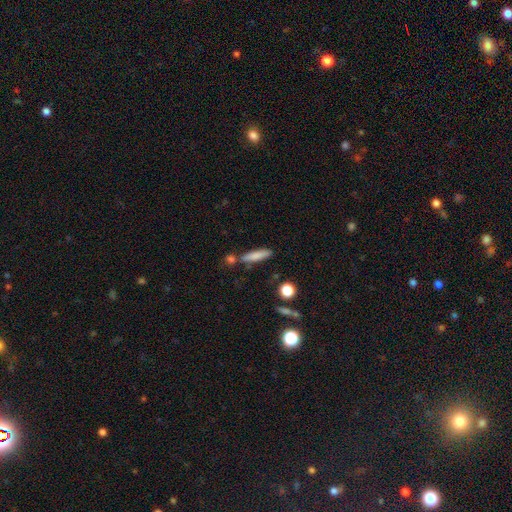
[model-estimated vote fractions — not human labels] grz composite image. It shows a smooth galaxy with no disk features (79%) that is cigar-shaped (79%). Merging: none (75%).